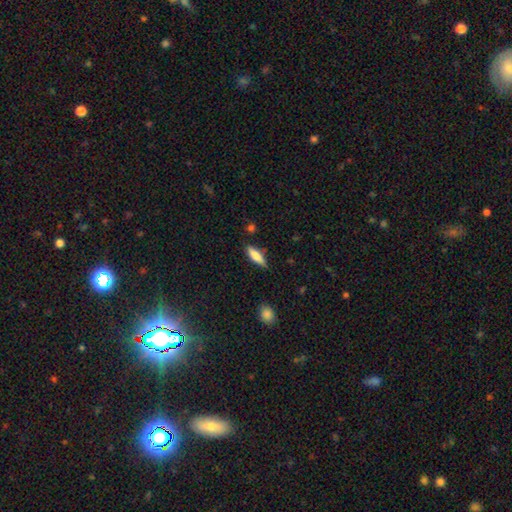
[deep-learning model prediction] smooth 71%, featured or disk 22%, star or artifact 6%. Down the decision tree: how rounded — cigar-shaped (54%); merging — none (82%).